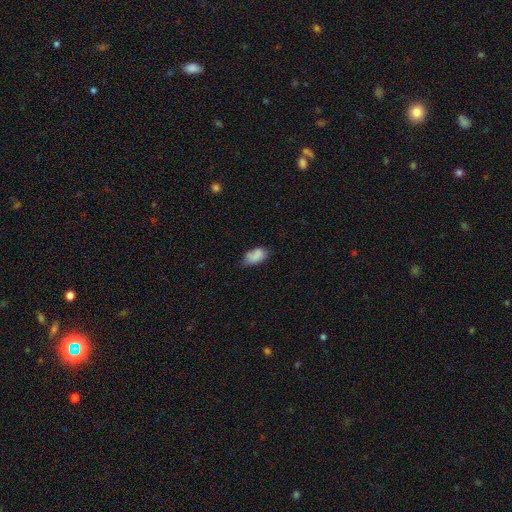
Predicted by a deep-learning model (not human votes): Smooth or featured? smooth (84%)
How rounded? in between (92%)
Merging? none (63%)